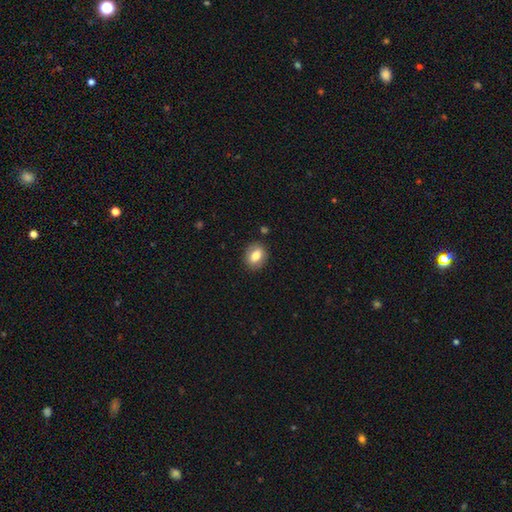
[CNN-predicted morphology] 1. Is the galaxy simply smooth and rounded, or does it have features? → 78% smooth, 13% featured or disk, 8% star or artifact.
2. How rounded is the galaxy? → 54% in between, 45% round, 1% cigar-shaped.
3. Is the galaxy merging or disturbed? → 86% none, 9% minor disturbance, 2% major disturbance, 2% merger.